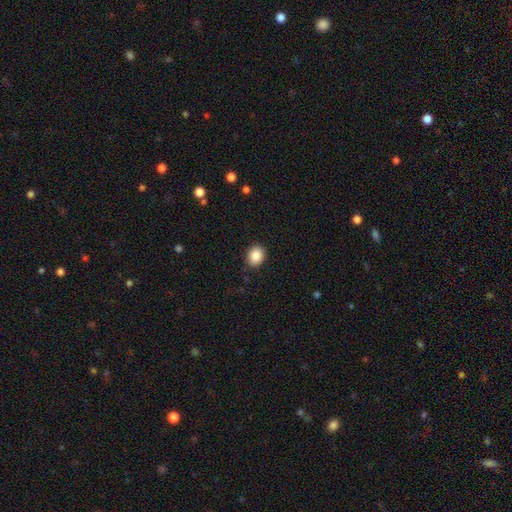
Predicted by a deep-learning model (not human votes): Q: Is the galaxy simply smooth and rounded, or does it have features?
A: smooth — 87%.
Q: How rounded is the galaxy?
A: round — 50%.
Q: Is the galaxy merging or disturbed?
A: none — 89%.